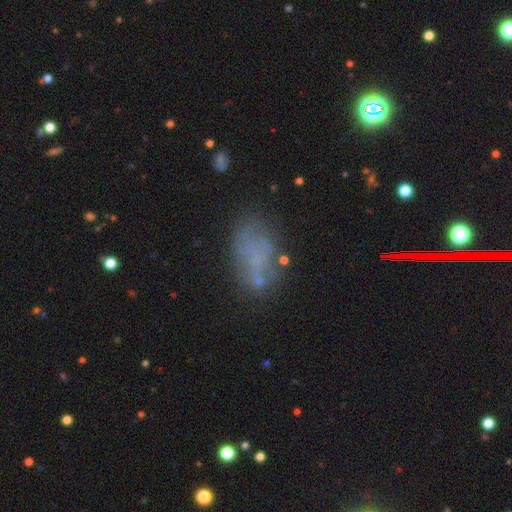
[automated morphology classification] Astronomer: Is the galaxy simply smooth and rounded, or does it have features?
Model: smooth — 49% (runner-up: featured or disk, 33%).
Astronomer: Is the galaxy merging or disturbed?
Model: none — 59%.